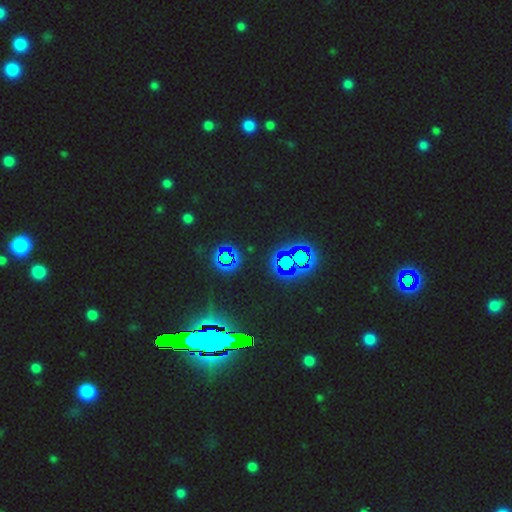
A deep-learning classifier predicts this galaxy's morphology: Smooth or featured? star or artifact (77%)